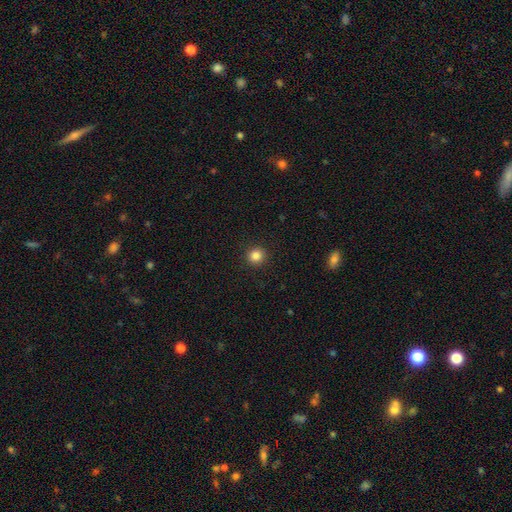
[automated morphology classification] Q: Smooth or featured?
A: smooth (84%); runner-up: star or artifact (12%)
Q: How rounded?
A: round (94%); runner-up: in between (5%)
Q: Merging?
A: none (93%); runner-up: minor disturbance (4%)